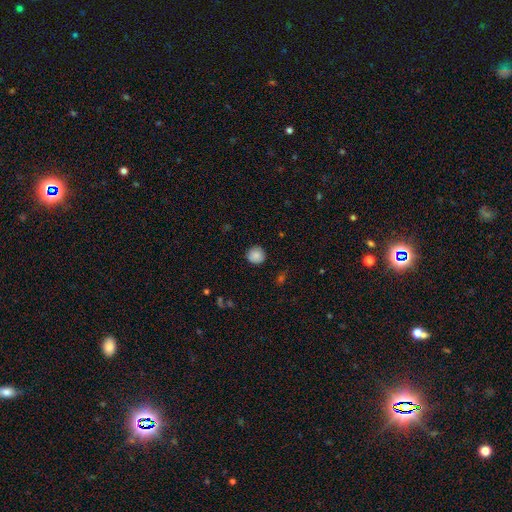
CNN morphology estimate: The model was most divided on "smooth or featured": smooth: 87%, star or artifact: 9%, featured or disk: 4%. More confident: how rounded — round (93%); merging — none (88%).